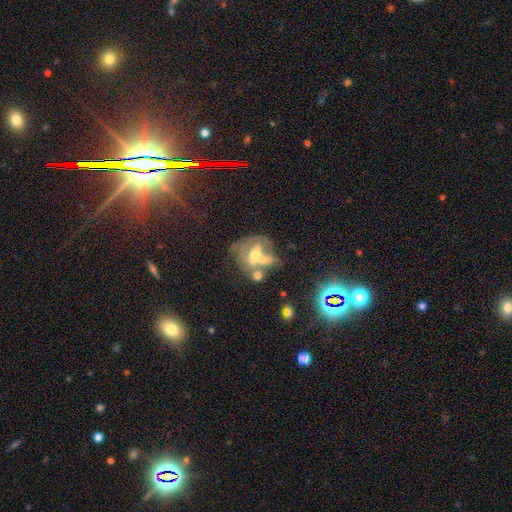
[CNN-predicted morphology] smooth_or_featured: featured or disk (p=0.53) [alt: smooth p=0.29]
disk_edge_on: no (p=0.93) [alt: yes p=0.07]
merging: merger (p=0.39) [alt: none p=0.28]